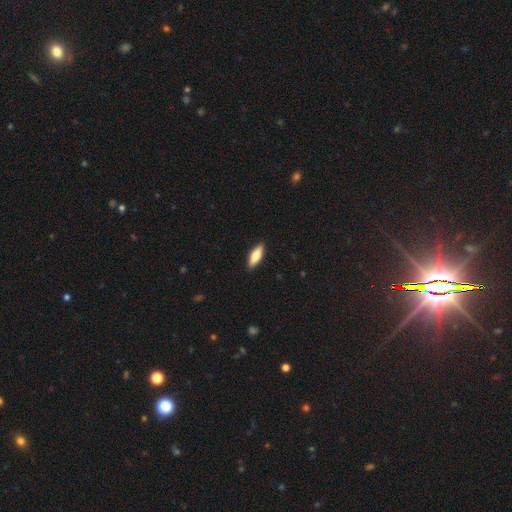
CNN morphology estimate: smooth_or_featured: smooth (p=0.73) [alt: featured or disk p=0.22]
how_rounded: in between (p=0.61) [alt: cigar-shaped p=0.36]
merging: none (p=0.90) [alt: minor disturbance p=0.07]